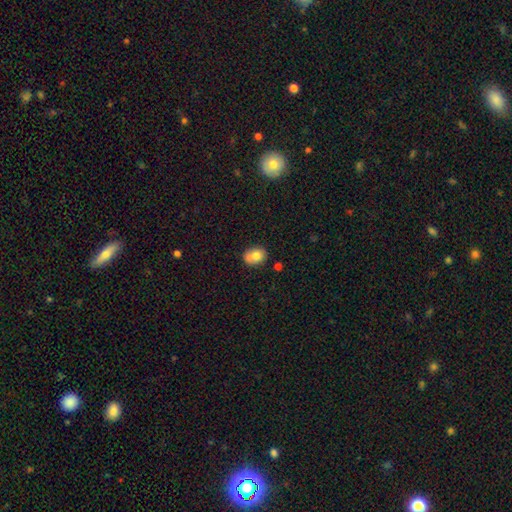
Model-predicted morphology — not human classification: type=smooth (75%); roundness=in between (56%); merging=none (52%).